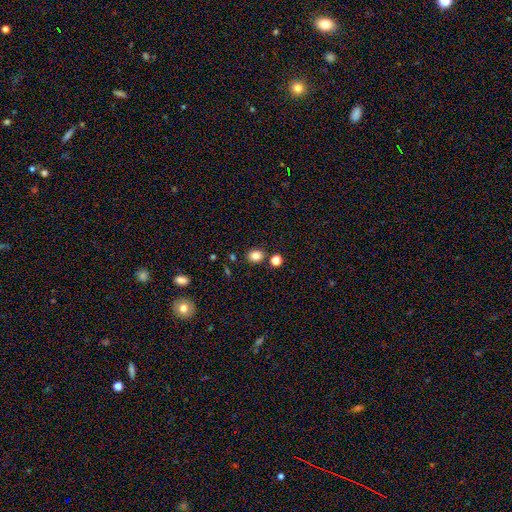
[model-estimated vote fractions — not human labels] Morphology: type=smooth (83%); roundness=round (59%); merging=none (81%).